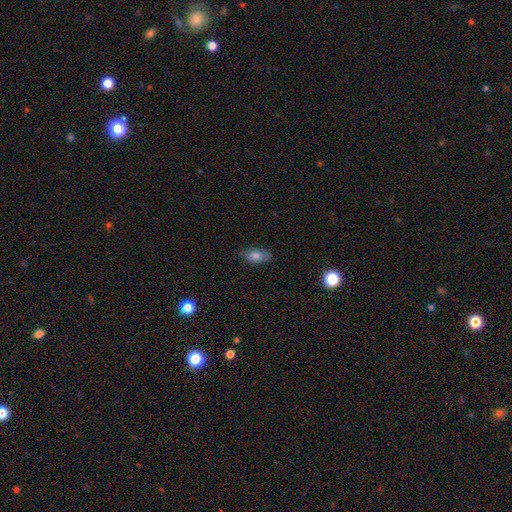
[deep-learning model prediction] Smooth or featured?
  - smooth: 79% *
  - featured or disk: 12%
  - star or artifact: 9%
How rounded?
  - in between: 89% *
  - cigar-shaped: 6%
  - round: 5%
Merging?
  - none: 81% *
  - minor disturbance: 15%
  - major disturbance: 3%
  - merger: 1%